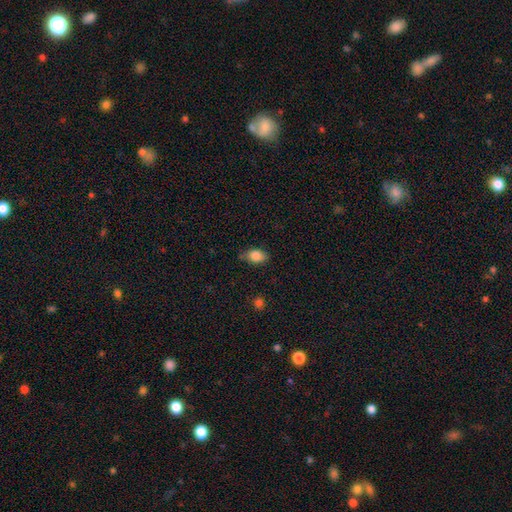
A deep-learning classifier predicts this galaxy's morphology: Overall: smooth (84%). How rounded: in between (85%). Merging: none (74%).